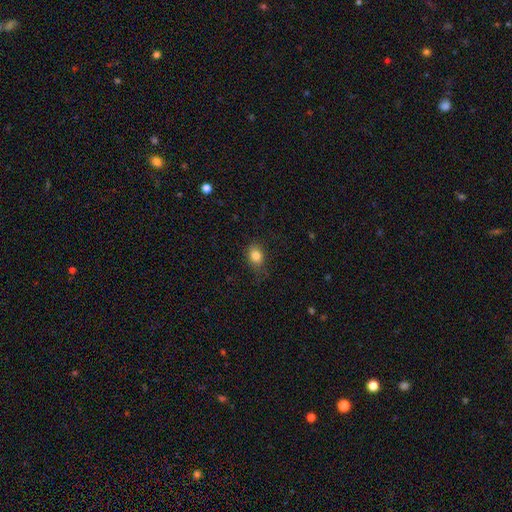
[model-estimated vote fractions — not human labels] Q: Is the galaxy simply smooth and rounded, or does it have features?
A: smooth — 83%.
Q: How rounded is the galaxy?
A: in between — 55%.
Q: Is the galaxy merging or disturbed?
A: none — 78%.